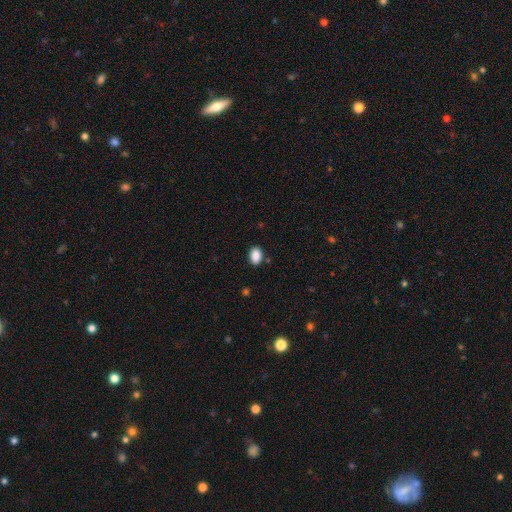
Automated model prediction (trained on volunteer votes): A smooth galaxy with no disk features (89%) that is in between round and cigar-shaped (83%). Merging: none (85%).